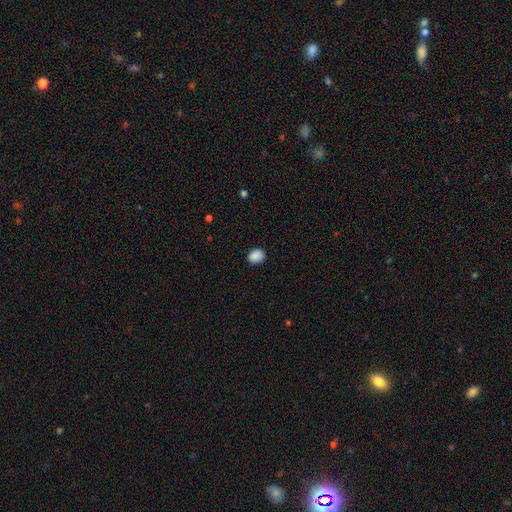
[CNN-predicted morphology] This appears to be a smooth galaxy with no disk features (89%) that is in between round and cigar-shaped (53%). Merging: none (86%).